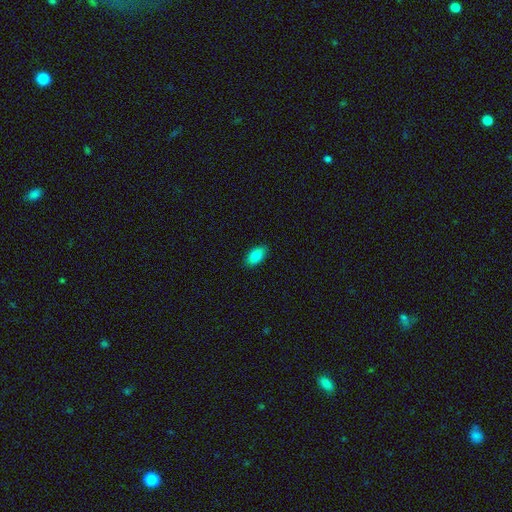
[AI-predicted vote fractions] Smooth or featured? smooth (85%)
How rounded? in between (93%)
Merging? none (89%)